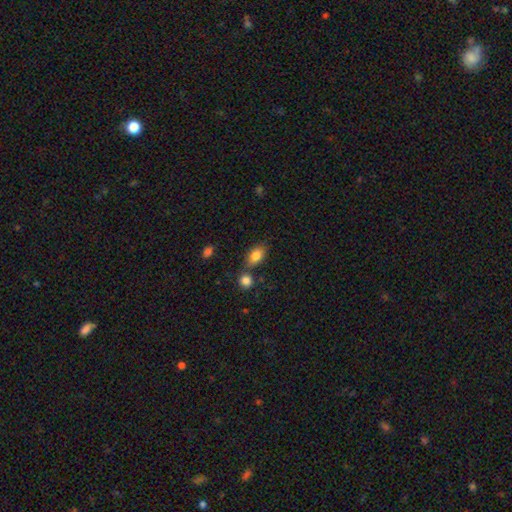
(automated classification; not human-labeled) A smooth galaxy with no disk features (83%) that is in between round and cigar-shaped (86%). Merging: none (65%).